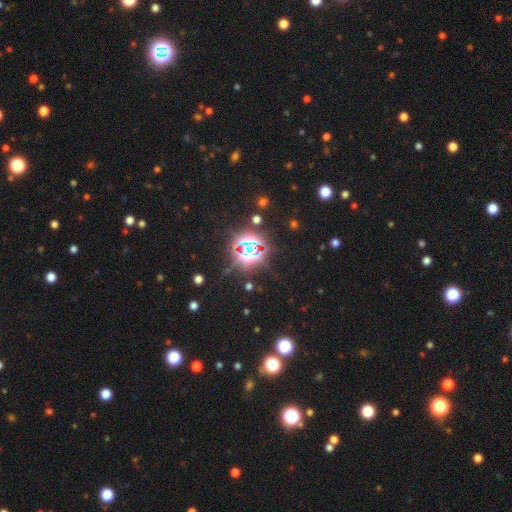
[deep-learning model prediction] A star or artifact, not a galaxy (81%).

Vote fractions:
- Smooth or featured? star or artifact: 81% / smooth: 13% / featured or disk: 6%